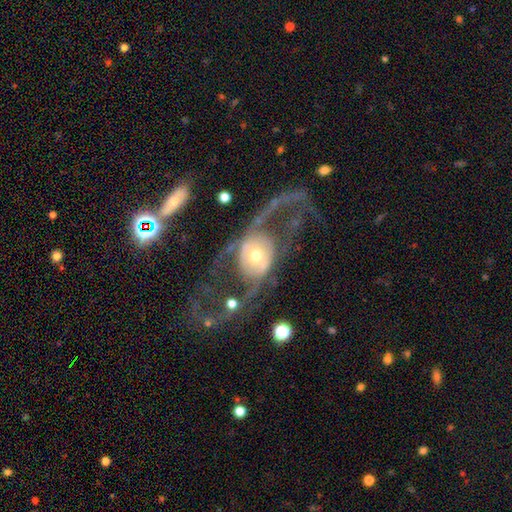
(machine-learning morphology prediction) This is likely a featured or disk galaxy (74%). It is clearly not viewed edge-on (94%). Bar: likely no (72%). Spiral arm pattern: likely yes (60%). Central bulge: possibly moderate (60%). Merging: marginally major disturbance (44%).